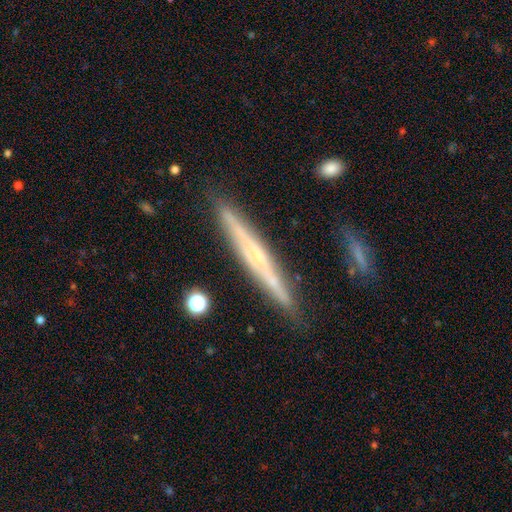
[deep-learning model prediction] A featured or disk galaxy (63%) viewed edge-on (95%) with no central bulge (56%). Merging: none (86%).